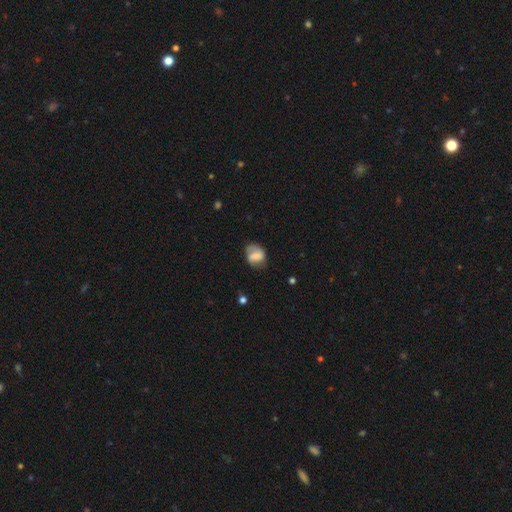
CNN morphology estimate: smooth_or_featured: featured or disk (p=0.50) [alt: smooth p=0.42]
merging: none (p=0.58) [alt: minor disturbance p=0.26]